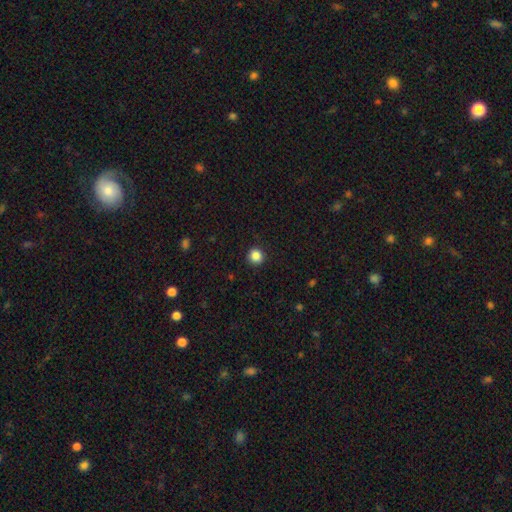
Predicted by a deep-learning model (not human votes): smooth_or_featured: smooth (p=0.86) [alt: star or artifact p=0.11]
how_rounded: round (p=0.93) [alt: in between p=0.06]
merging: none (p=0.92) [alt: minor disturbance p=0.06]